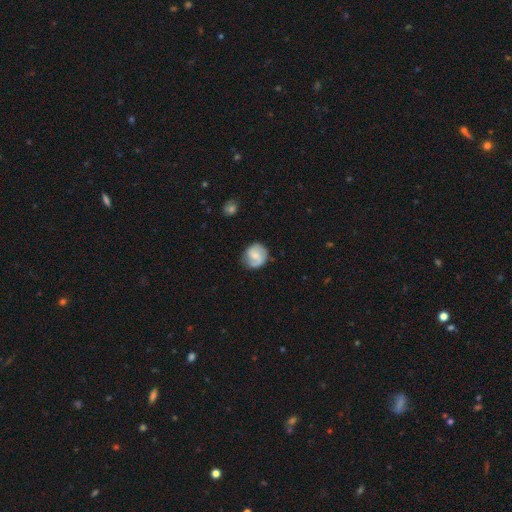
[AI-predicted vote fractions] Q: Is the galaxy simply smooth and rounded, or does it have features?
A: featured or disk — 55%.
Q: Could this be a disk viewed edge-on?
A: no — 97%.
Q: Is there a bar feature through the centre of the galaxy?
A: weak — 49%.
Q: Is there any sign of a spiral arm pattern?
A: yes — 86%.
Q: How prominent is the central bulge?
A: small — 52%.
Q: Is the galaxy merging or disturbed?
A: none — 75%.